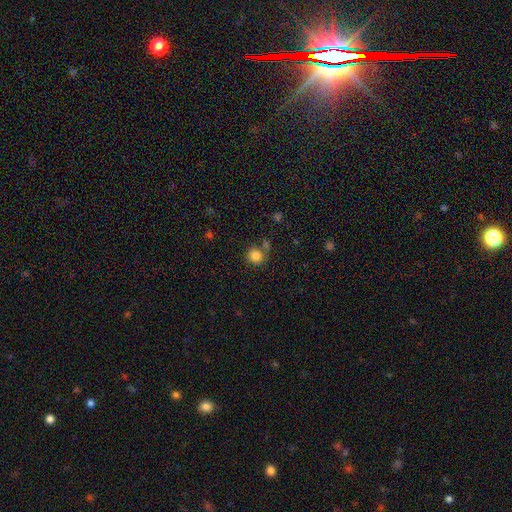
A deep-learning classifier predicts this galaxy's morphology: This is clearly a smooth galaxy (84%). How rounded: clearly round (91%). Merging: likely none (70%).